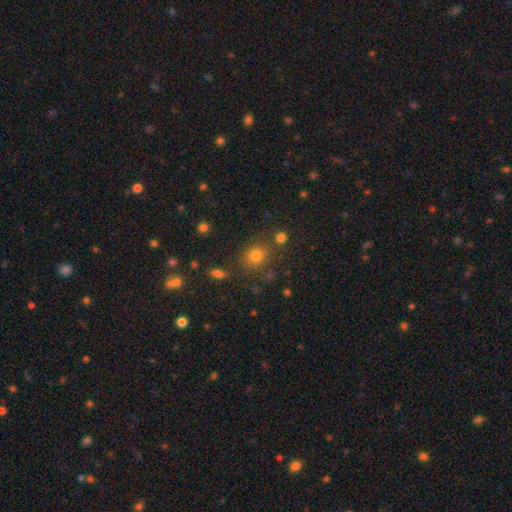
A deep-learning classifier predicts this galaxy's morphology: The model was most divided on "how rounded": round: 71%, in between: 28%, cigar-shaped: 1%. More confident: smooth or featured — smooth (75%); merging — none (75%).